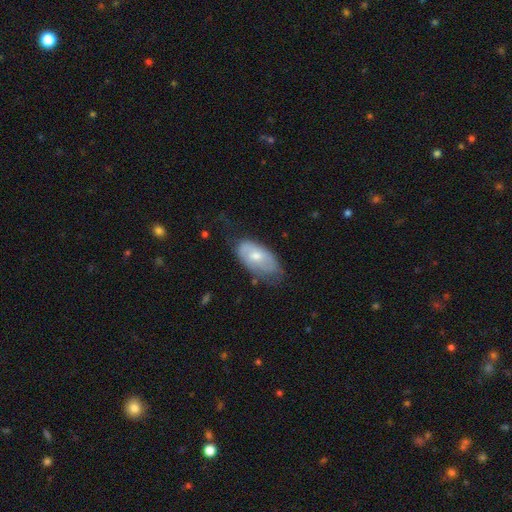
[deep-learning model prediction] Smooth or featured? smooth (54%)
How rounded? in between (93%)
Merging? none (52%)